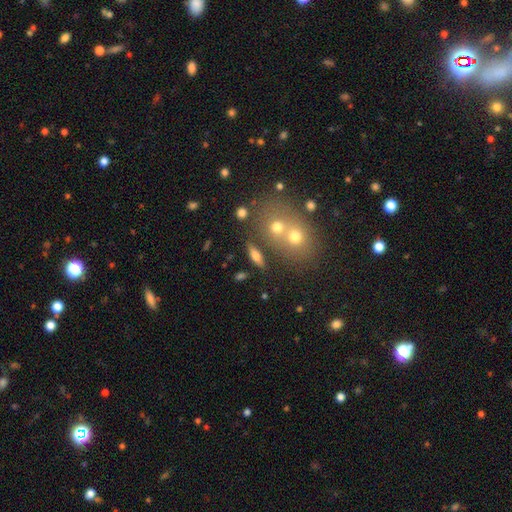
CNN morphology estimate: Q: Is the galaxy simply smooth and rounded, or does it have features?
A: smooth — 60%.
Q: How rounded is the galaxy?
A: in between — 58%.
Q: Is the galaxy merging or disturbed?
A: none — 72%.